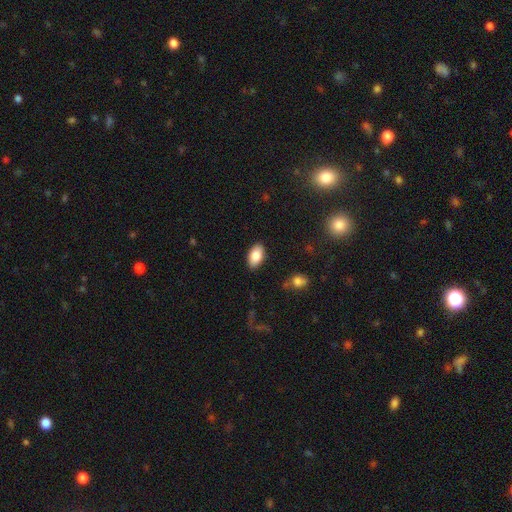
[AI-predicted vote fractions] smooth-or-featured: smooth: 83% | featured or disk: 10% | star or artifact: 7%
  how-rounded: in between: 94% | round: 4% | cigar-shaped: 2%
  merging: none: 88% | minor disturbance: 9% | major disturbance: 2% | merger: 1%